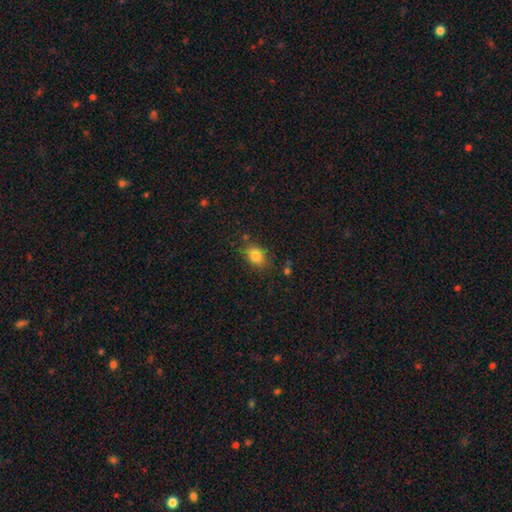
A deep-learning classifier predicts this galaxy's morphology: smooth-or-featured: smooth: 83% | star or artifact: 10% | featured or disk: 7%
  how-rounded: in between: 69% | round: 30% | cigar-shaped: 1%
  merging: none: 79% | minor disturbance: 14% | major disturbance: 4% | merger: 3%